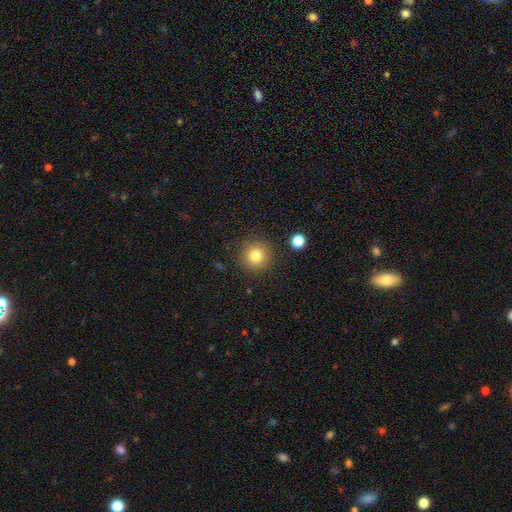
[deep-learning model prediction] This is clearly a smooth galaxy (81%). How rounded: clearly round (95%). Merging: clearly none (88%).